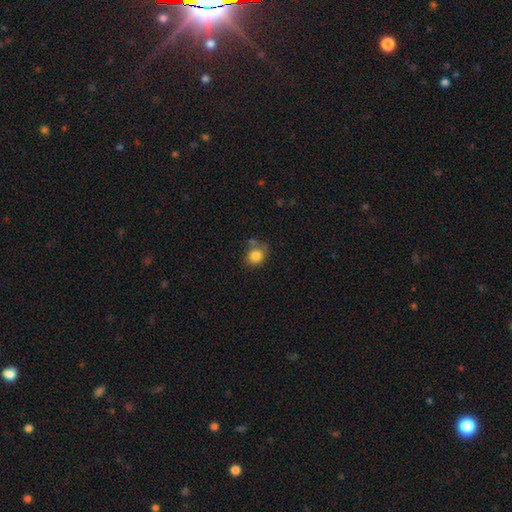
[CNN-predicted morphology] smooth_or_featured: smooth (p=0.83) [alt: star or artifact p=0.10]
how_rounded: round (p=0.74) [alt: in between p=0.26]
merging: none (p=0.60) [alt: minor disturbance p=0.23]